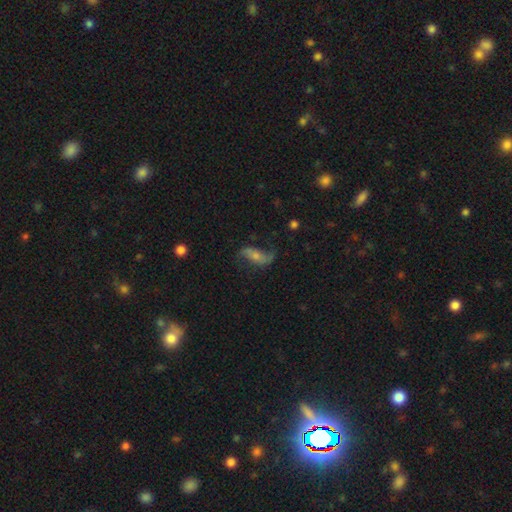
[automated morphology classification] A featured or disk galaxy (70%) with no bar (50%), 2 (90%) loose (82%) spiral arms (91%) and a small central bulge (54%).

Vote fractions:
- Smooth or featured? featured or disk: 70% / smooth: 21% / star or artifact: 9%
- Edge-on disk? no: 90% / yes: 10%
- Bar? no: 50% / weak: 30% / strong: 20%
- Spiral arms? yes: 91% / no: 9%
- Spiral winding? loose: 82% / medium: 13% / tight: 5%
- Spiral arm count? 2: 90% / 1: 4% / can't tell: 3% / 3: 1% / 4: 1% / more than 4: 1%
- Bulge size? small: 54% / moderate: 33% / none: 8% / large: 4% / dominant: 2%
- Merging? none: 67% / minor disturbance: 19% / major disturbance: 12% / merger: 2%